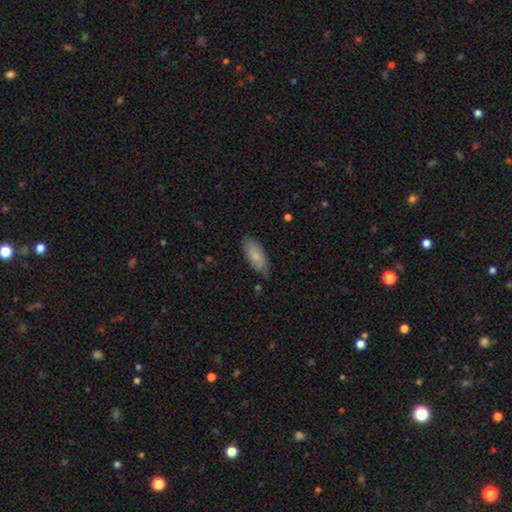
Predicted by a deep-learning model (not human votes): smooth_or_featured: smooth (p=0.74) [alt: featured or disk p=0.20]
how_rounded: in between (p=0.82) [alt: cigar-shaped p=0.16]
merging: none (p=0.70) [alt: minor disturbance p=0.24]